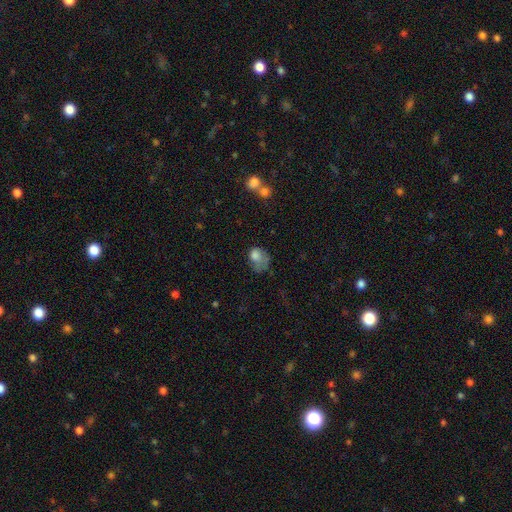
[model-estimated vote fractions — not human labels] A smooth galaxy with no disk features (69%) that is in between round and cigar-shaped (61%). Merging: major disturbance (41%).